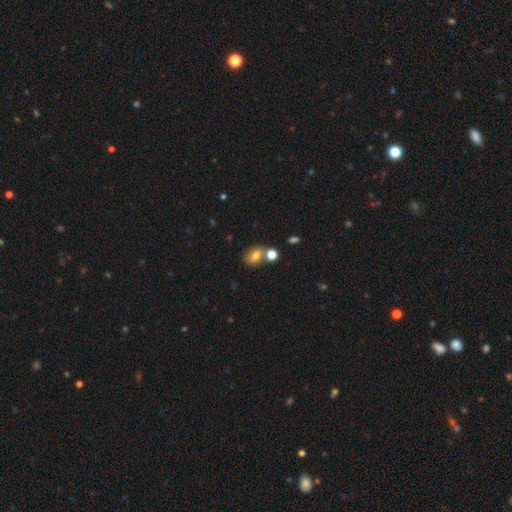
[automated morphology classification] smooth_or_featured: smooth (p=0.75) [alt: featured or disk p=0.13]
how_rounded: in between (p=0.62) [alt: round p=0.37]
merging: none (p=0.53) [alt: merger p=0.29]